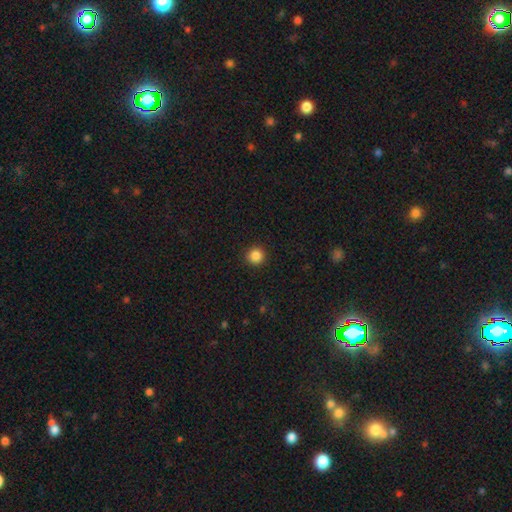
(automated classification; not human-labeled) smooth-or-featured: smooth: 86% | star or artifact: 11% | featured or disk: 3%
  how-rounded: round: 95% | in between: 4% | cigar-shaped: 1%
  merging: none: 92% | minor disturbance: 5% | major disturbance: 2% | merger: 1%